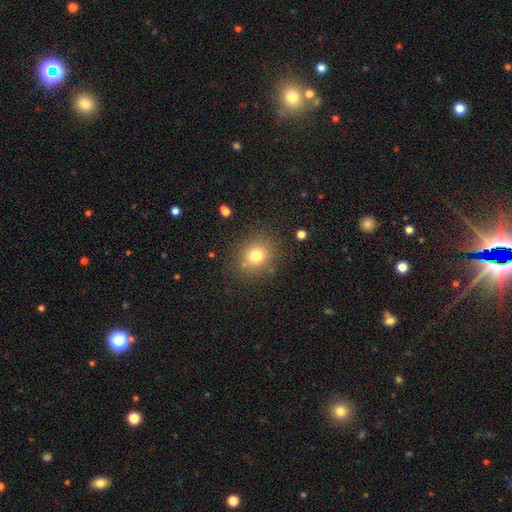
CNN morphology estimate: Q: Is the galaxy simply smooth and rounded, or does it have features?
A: smooth — 76%.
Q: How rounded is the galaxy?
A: round — 72%.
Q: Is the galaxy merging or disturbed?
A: none — 83%.